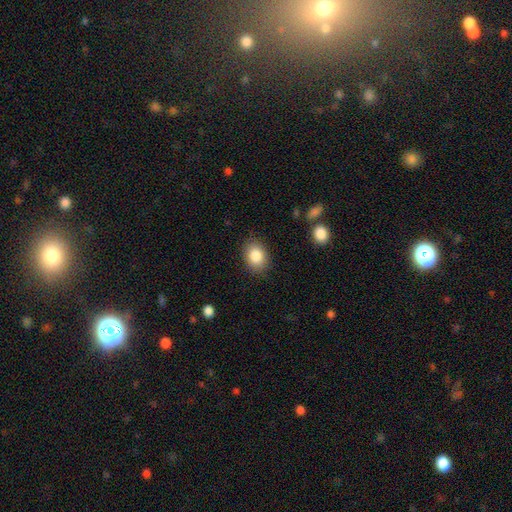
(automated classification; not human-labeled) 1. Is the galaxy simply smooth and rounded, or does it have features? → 85% smooth, 8% star or artifact, 7% featured or disk.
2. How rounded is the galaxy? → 66% in between, 33% round, 1% cigar-shaped.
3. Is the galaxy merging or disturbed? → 87% none, 10% minor disturbance, 3% major disturbance, 1% merger.